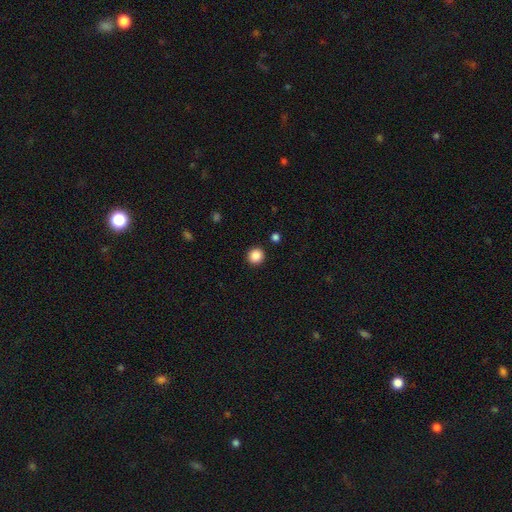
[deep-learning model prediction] smooth_or_featured: smooth (p=0.87) [alt: star or artifact p=0.10]
how_rounded: round (p=0.92) [alt: in between p=0.07]
merging: none (p=0.92) [alt: minor disturbance p=0.04]